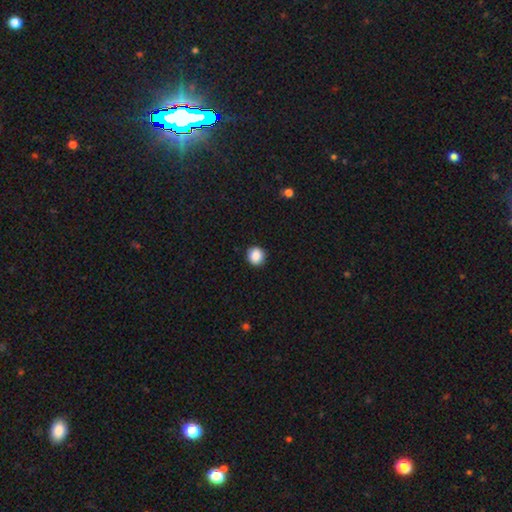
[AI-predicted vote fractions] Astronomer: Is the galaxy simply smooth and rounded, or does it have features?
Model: smooth — 88%.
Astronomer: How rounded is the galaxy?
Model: round — 90%.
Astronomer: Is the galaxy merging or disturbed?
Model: none — 91%.